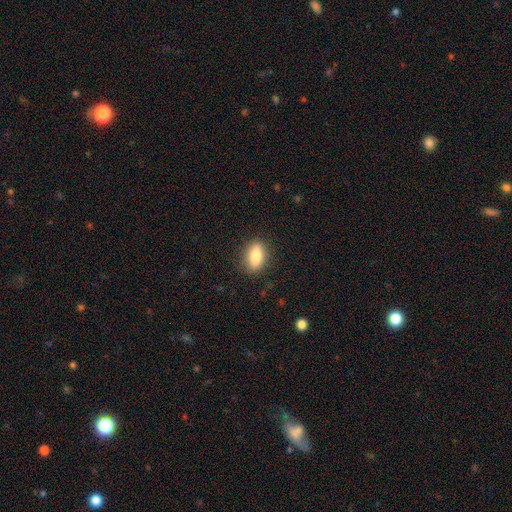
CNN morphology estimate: A smooth galaxy with no disk features (80%) that is in between round and cigar-shaped (82%).

Vote fractions:
- Smooth or featured? smooth: 80% / featured or disk: 13% / star or artifact: 7%
- How rounded? in between: 82% / cigar-shaped: 10% / round: 8%
- Merging? none: 86% / minor disturbance: 11% / major disturbance: 3% / merger: 1%